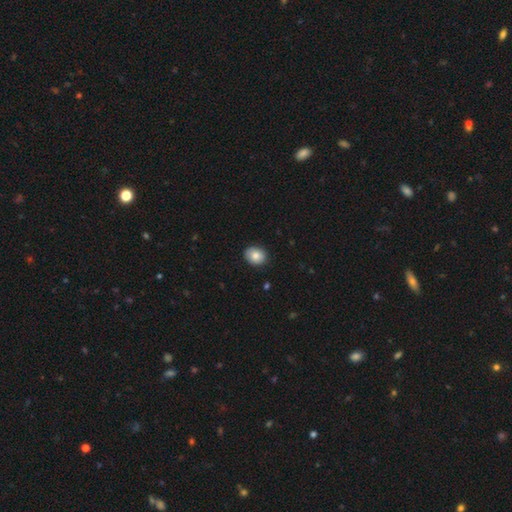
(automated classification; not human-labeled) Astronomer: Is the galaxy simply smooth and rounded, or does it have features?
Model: smooth — 83%.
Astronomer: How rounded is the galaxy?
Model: in between — 50% (runner-up: round, 49%).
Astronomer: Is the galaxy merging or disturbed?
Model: none — 87%.